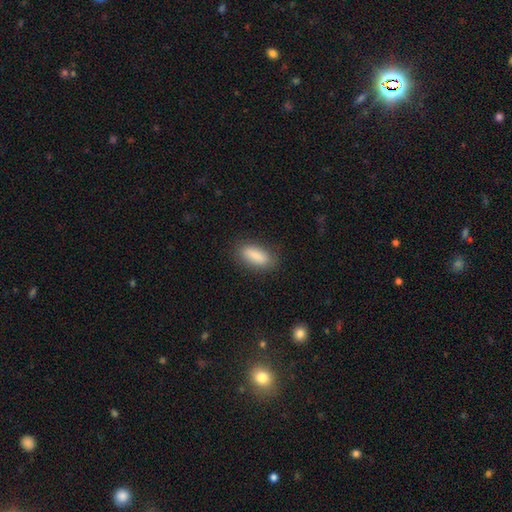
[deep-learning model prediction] Morphology: type=smooth (85%); roundness=in between (76%); merging=none (84%).